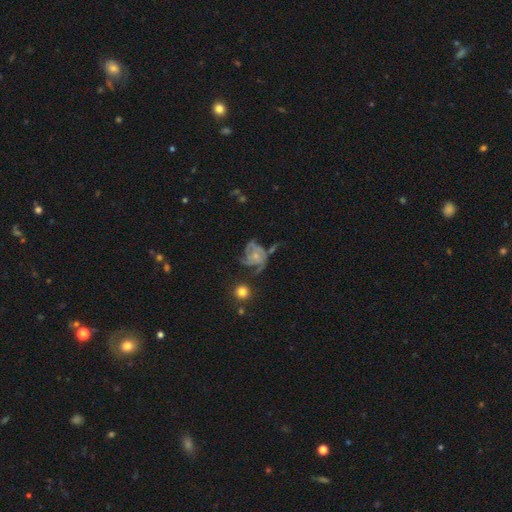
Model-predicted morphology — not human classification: Q: Smooth or featured?
A: featured or disk (79%); runner-up: smooth (13%)
Q: Edge-on disk?
A: no (98%); runner-up: yes (2%)
Q: Bar?
A: no (77%); runner-up: weak (20%)
Q: Spiral arms?
A: yes (92%); runner-up: no (8%)
Q: Spiral winding?
A: tight (47%); runner-up: medium (40%)
Q: Spiral arm count?
A: 3 (43%); runner-up: can't tell (20%)
Q: Bulge size?
A: small (63%); runner-up: moderate (28%)
Q: Merging?
A: none (45%); runner-up: minor disturbance (24%)